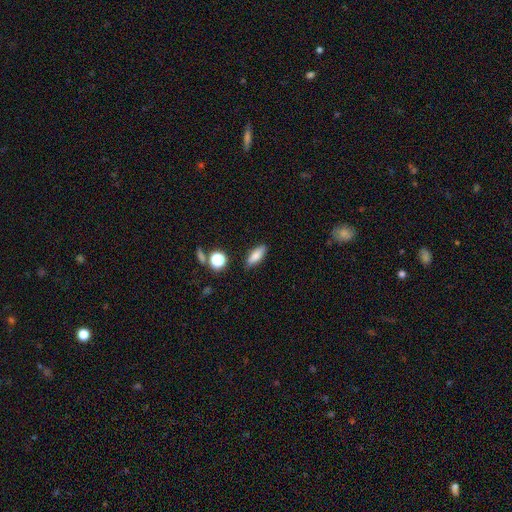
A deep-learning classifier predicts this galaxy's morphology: Overall: smooth (80%). How rounded: in between (64%; cigar-shaped 31%). Merging: none (85%).